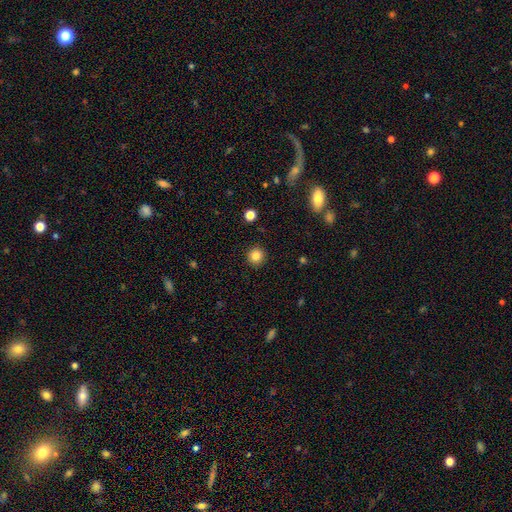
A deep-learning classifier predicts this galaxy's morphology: This is clearly a smooth galaxy (84%). How rounded: clearly round (93%). Merging: clearly none (92%).